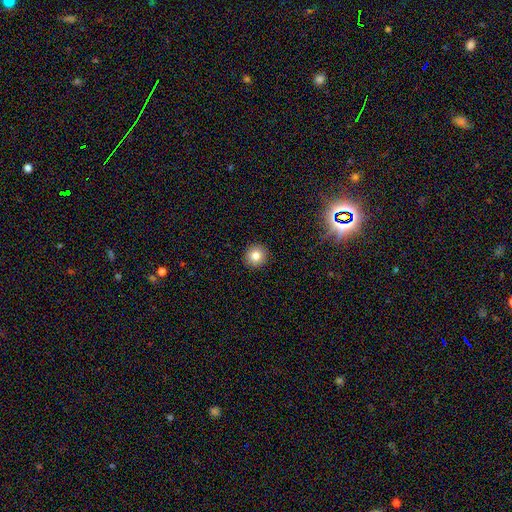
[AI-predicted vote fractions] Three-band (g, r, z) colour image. It shows a smooth galaxy with no disk features (81%) that is round (94%). Merging: none (93%).